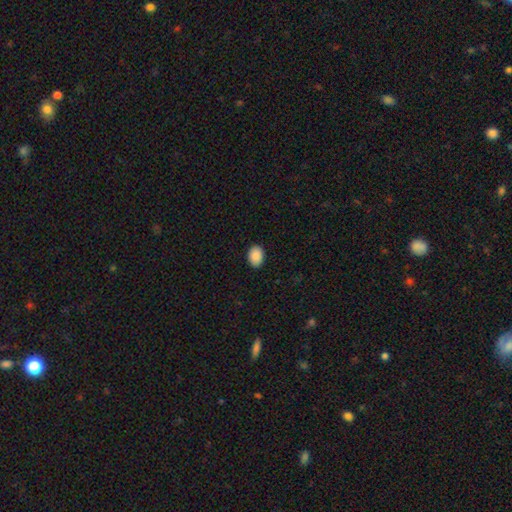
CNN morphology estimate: Smooth or featured?
  - smooth: 90% *
  - star or artifact: 7%
  - featured or disk: 3%
How rounded?
  - in between: 75% *
  - round: 24%
  - cigar-shaped: 1%
Merging?
  - none: 89% *
  - minor disturbance: 8%
  - major disturbance: 2%
  - merger: 1%